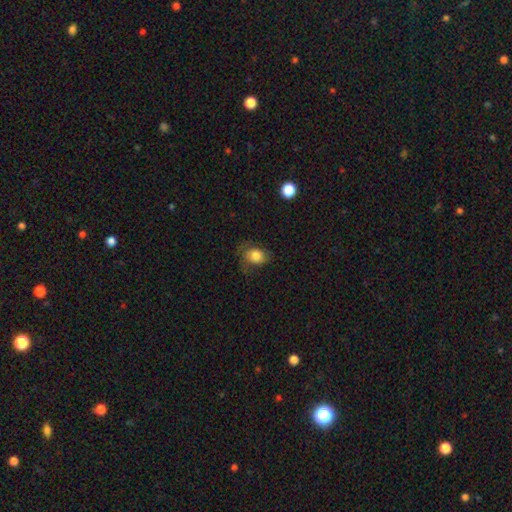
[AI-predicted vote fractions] A smooth galaxy with no disk features (78%) that is in between round and cigar-shaped (50%).

Vote fractions:
- Smooth or featured? smooth: 78% / featured or disk: 12% / star or artifact: 9%
- How rounded? in between: 50% / round: 49% / cigar-shaped: 1%
- Merging? none: 53% / minor disturbance: 27% / major disturbance: 18% / merger: 1%